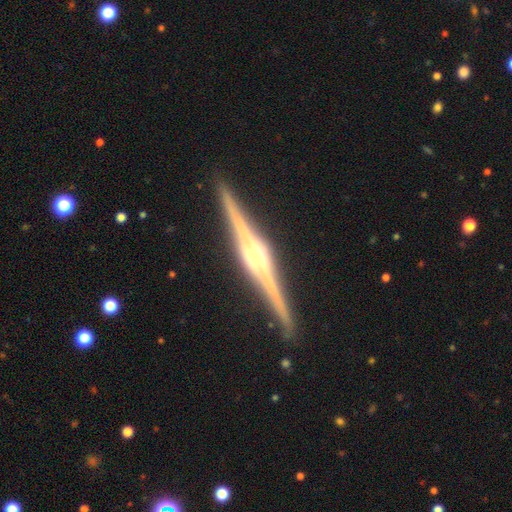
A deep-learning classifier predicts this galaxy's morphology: Smooth or featured? Predicted: featured or disk (p=0.90). Edge-on disk? Predicted: yes (p=0.99). Edge-on bulge? Predicted: rounded (p=0.61). Merging? Predicted: none (p=0.92).